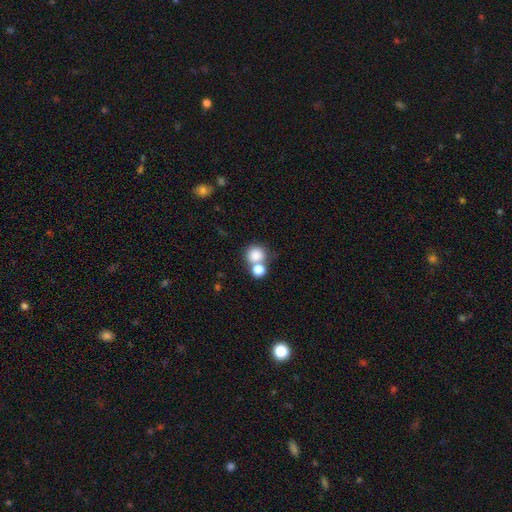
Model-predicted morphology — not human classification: Smooth or featured? smooth (81%)
How rounded? round (85%)
Merging? none (46%)